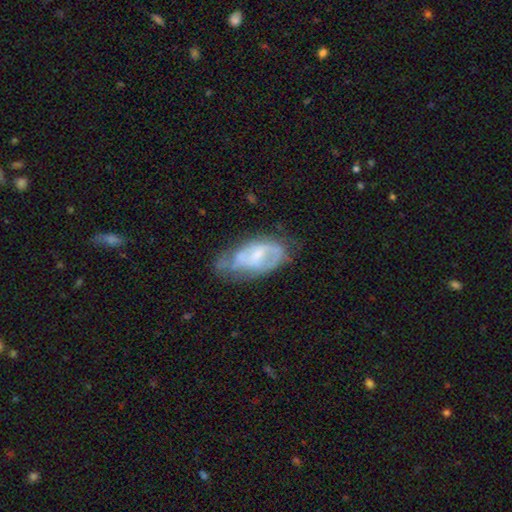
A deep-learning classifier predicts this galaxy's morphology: The model was most divided on "bar": no: 45%, weak: 43%, strong: 12%. Remaining: edge-on disk — no (94%); spiral arms — yes (64%); smooth or featured — featured or disk (62%); bulge size — small (43%); merging — none (39%).